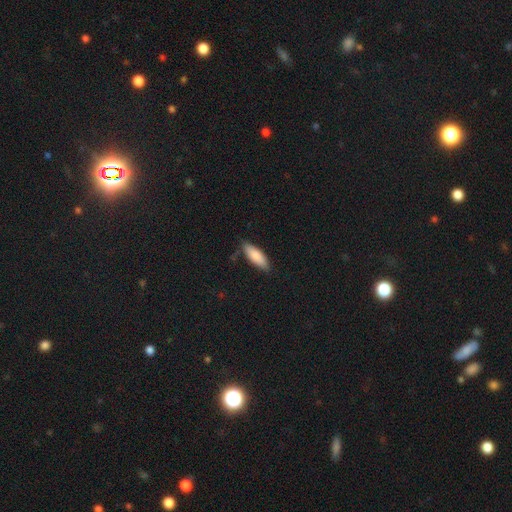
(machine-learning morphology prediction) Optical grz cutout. It shows a smooth galaxy with no disk features (83%) that is in between round and cigar-shaped (59%). Merging: none (78%).